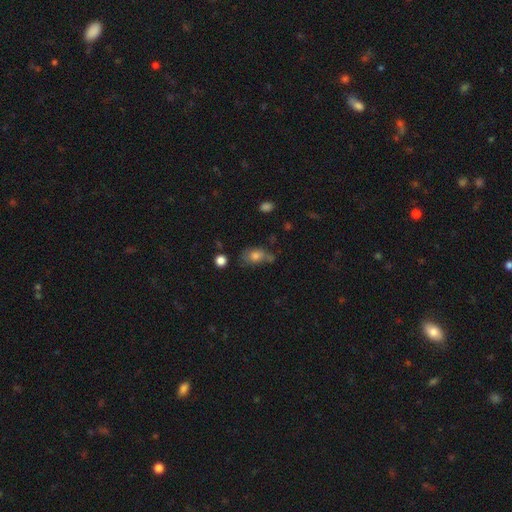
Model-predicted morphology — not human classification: Smooth or featured: smooth — 75% (featured or disk — 14%)
How rounded: in between — 74% (round — 23%)
Merging: none — 46% (minor disturbance — 27%)